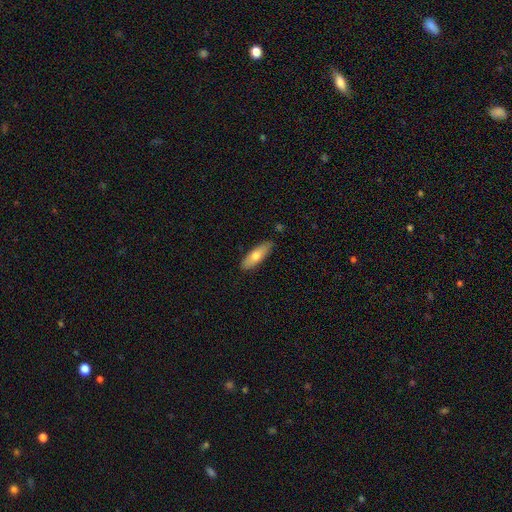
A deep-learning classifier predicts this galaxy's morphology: smooth_or_featured: smooth (p=0.68) [alt: featured or disk p=0.26]
how_rounded: cigar-shaped (p=0.49) [tied with: in between p=0.49]
merging: none (p=0.84) [alt: minor disturbance p=0.12]